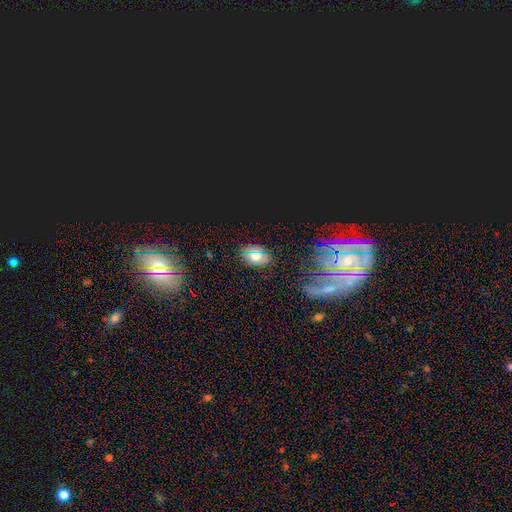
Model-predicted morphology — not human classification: smooth 48%, star or artifact 36%, featured or disk 16%. Down the decision tree: merging — none (84%).